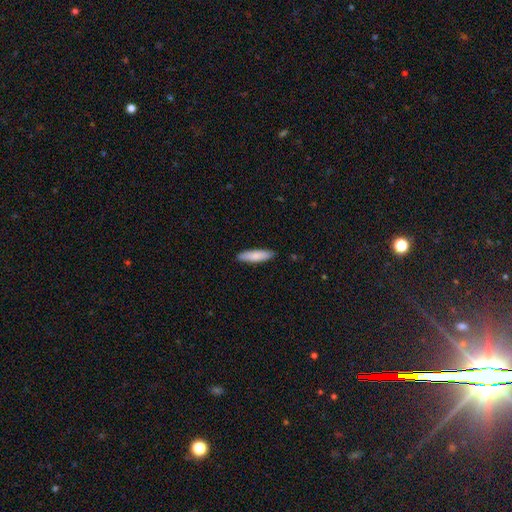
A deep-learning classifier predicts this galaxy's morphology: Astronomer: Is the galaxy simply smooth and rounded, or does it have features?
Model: smooth — 84%.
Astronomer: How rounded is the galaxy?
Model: cigar-shaped — 69%.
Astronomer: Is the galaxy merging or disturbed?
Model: none — 89%.